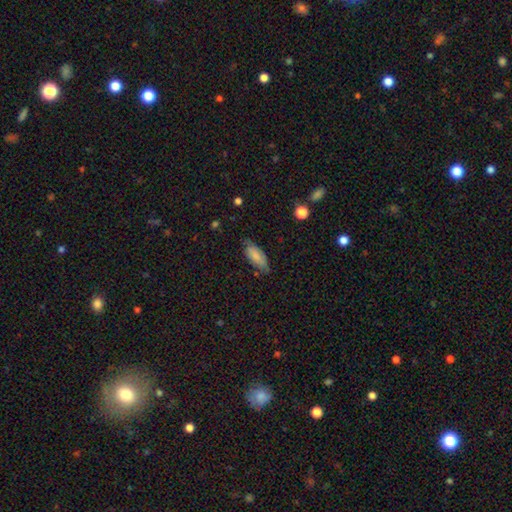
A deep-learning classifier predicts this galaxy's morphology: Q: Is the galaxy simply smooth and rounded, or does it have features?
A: smooth — 80%.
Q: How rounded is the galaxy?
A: in between — 82%.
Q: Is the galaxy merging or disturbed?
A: none — 72%.